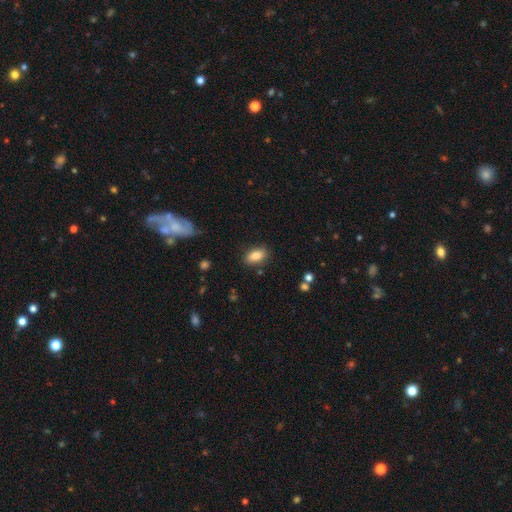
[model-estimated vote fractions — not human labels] smooth-or-featured: smooth: 85% | star or artifact: 8% | featured or disk: 7%
  how-rounded: in between: 89% | cigar-shaped: 6% | round: 5%
  merging: none: 84% | minor disturbance: 11% | major disturbance: 3% | merger: 2%